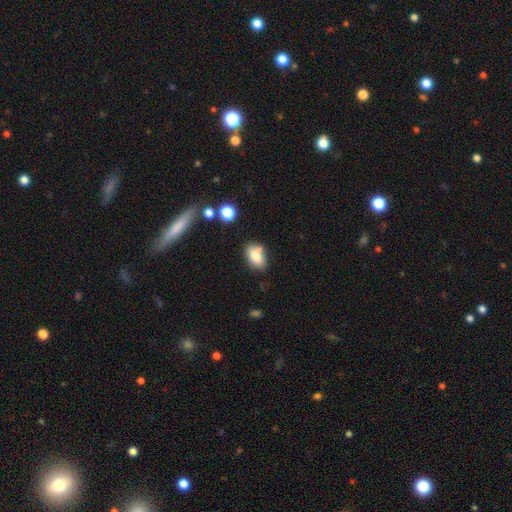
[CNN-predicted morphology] Smooth or featured: smooth — 80% (featured or disk — 11%)
How rounded: in between — 88% (round — 9%)
Merging: none — 61% (minor disturbance — 17%)